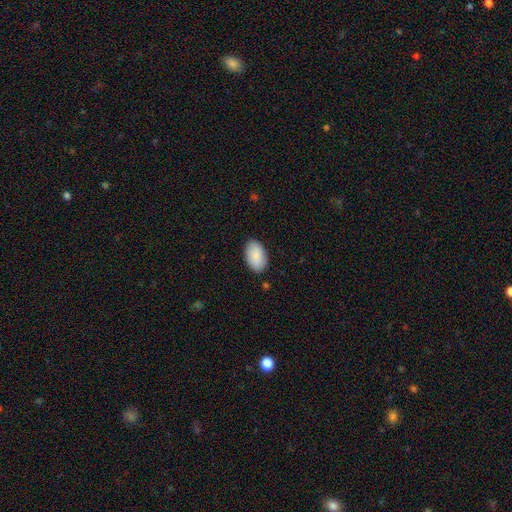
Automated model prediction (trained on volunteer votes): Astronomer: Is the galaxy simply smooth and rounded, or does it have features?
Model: smooth — 89%.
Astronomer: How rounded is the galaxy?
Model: in between — 94%.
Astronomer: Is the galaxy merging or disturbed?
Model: none — 87%.